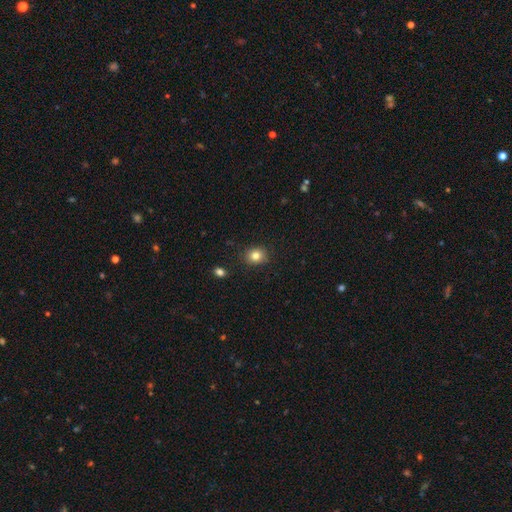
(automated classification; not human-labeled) This appears to be a smooth galaxy with no disk features (83%) that is round (71%). Merging: none (87%).